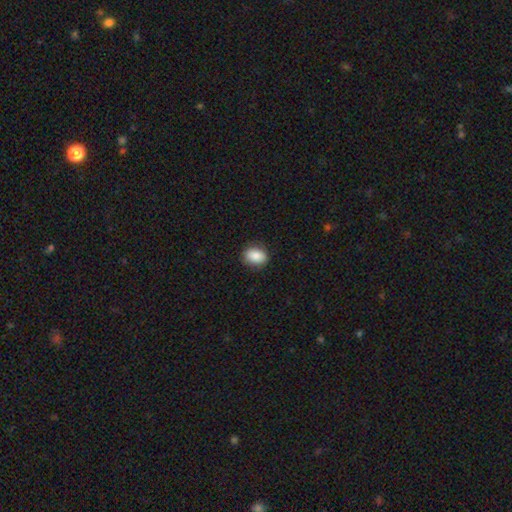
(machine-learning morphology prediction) Q: Smooth or featured?
A: smooth (87%); runner-up: star or artifact (8%)
Q: How rounded?
A: in between (68%); runner-up: round (31%)
Q: Merging?
A: none (86%); runner-up: minor disturbance (10%)